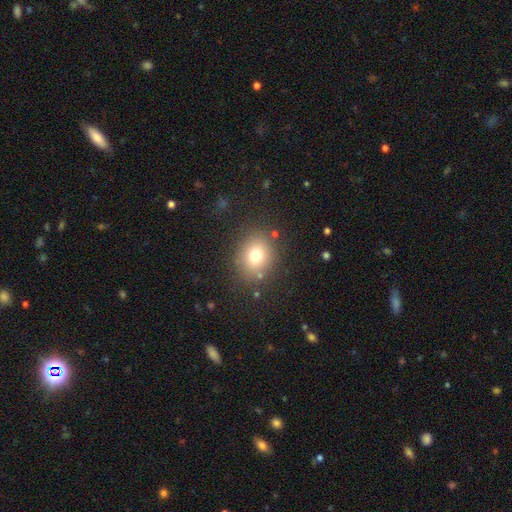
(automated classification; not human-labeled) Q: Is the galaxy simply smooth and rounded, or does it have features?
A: smooth — 73%.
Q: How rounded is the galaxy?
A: round — 69%.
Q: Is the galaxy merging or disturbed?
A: none — 82%.